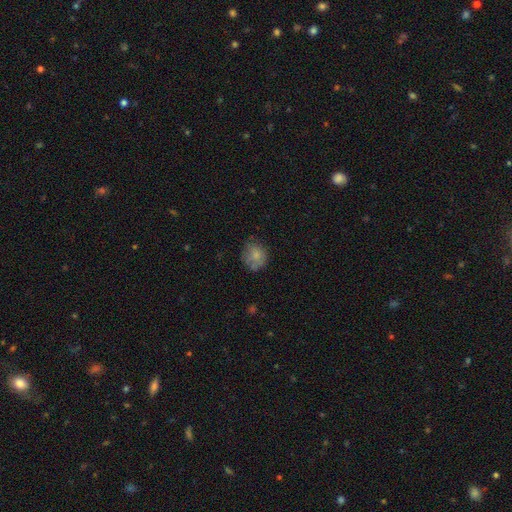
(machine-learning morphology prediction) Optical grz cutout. It shows a smooth galaxy with no disk features (72%) that is round (73%). Merging: none (63%).